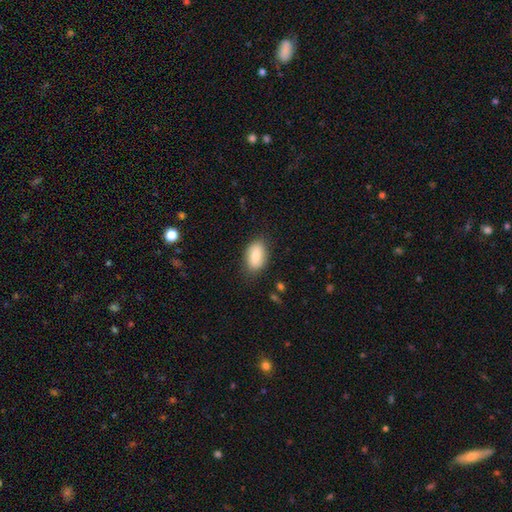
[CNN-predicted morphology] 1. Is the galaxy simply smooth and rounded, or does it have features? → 77% smooth, 17% featured or disk, 7% star or artifact.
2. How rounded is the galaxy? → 90% in between, 7% round, 2% cigar-shaped.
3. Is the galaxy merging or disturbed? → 80% none, 15% minor disturbance, 3% major disturbance, 1% merger.